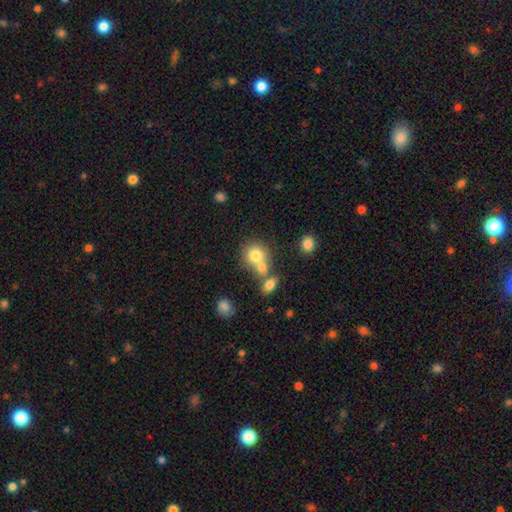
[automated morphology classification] Smooth or featured? Predicted: smooth (p=0.76). How rounded? Predicted: round (p=0.77). Merging? Predicted: merger (p=0.48).